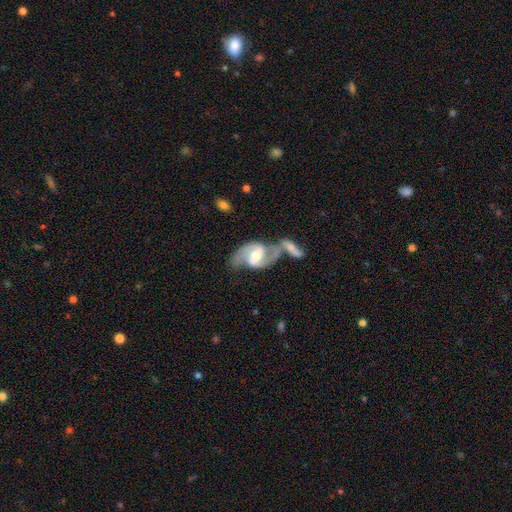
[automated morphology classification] This is clearly a featured or disk galaxy (89%). It is clearly not viewed edge-on (97%). Bar: marginally weak (45%). Spiral arm pattern: clearly yes (96%). Spiral arm count: clearly 2 (92%). Spiral winding: possibly medium (55%). Central bulge: likely moderate (63%). Merging: marginally none (42%).